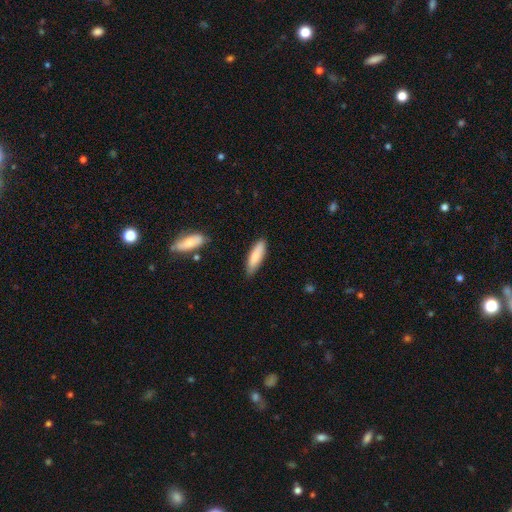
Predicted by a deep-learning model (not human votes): Smooth or featured? smooth (83%)
How rounded? cigar-shaped (55%)
Merging? none (82%)